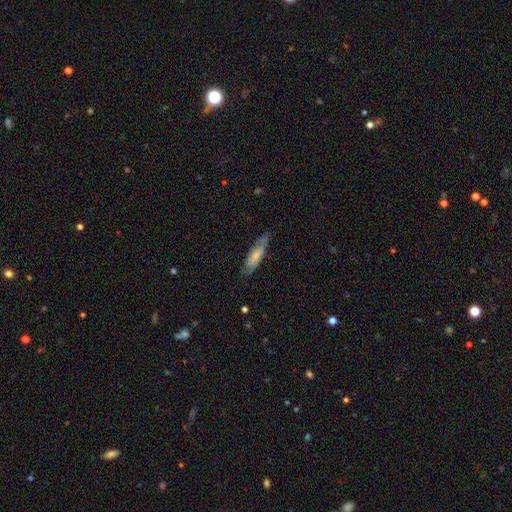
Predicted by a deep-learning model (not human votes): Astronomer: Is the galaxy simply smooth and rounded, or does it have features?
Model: smooth — 63%.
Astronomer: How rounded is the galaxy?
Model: cigar-shaped — 68%.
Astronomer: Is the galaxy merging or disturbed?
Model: none — 74%.